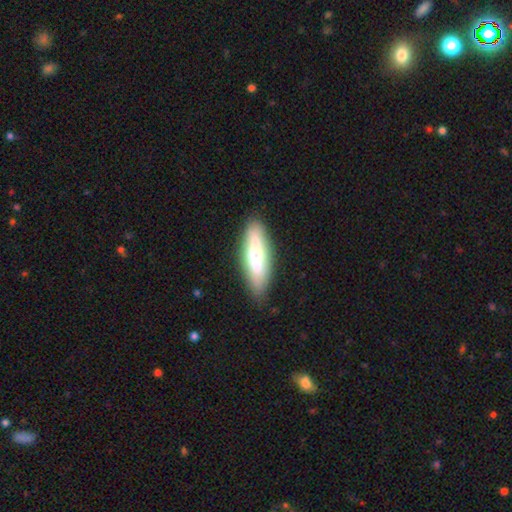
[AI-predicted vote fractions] smooth 51%, featured or disk 43%, star or artifact 6%. Down the decision tree: how rounded — cigar-shaped (59%); merging — none (86%).